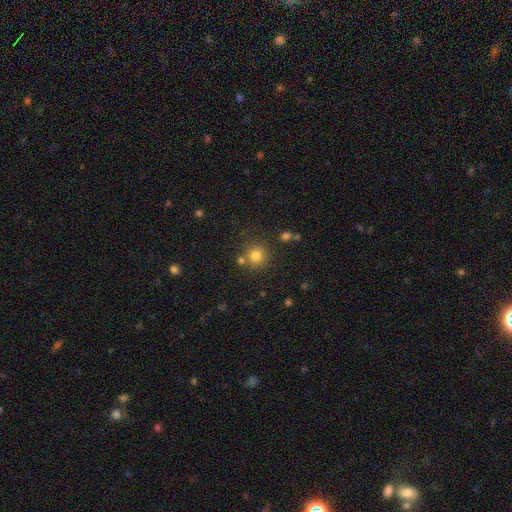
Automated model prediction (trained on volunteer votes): Q: Smooth or featured?
A: smooth (79%); runner-up: star or artifact (14%)
Q: How rounded?
A: round (92%); runner-up: in between (7%)
Q: Merging?
A: none (77%); runner-up: merger (11%)